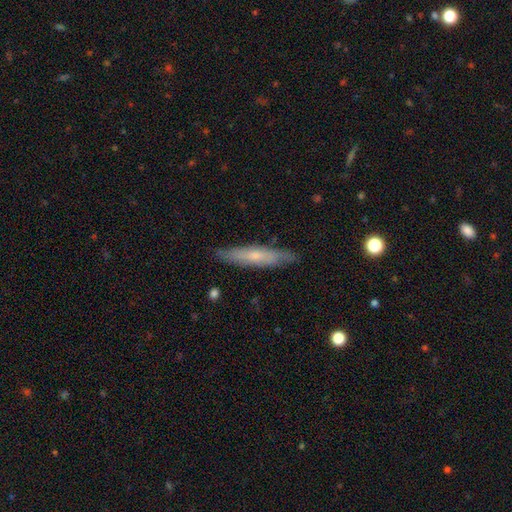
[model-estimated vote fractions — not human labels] A smooth galaxy with no disk features (50%) that is cigar-shaped (89%). Merging: none (86%).